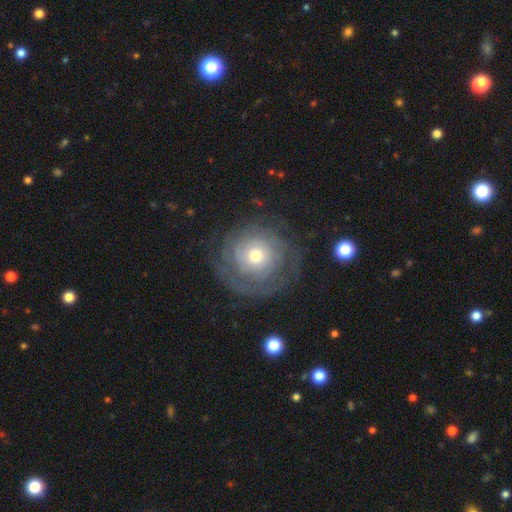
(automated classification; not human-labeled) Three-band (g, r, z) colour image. It shows a featured or disk galaxy (70%) with no bar (83%), tight (74%) spiral arms (84%) and a moderate central bulge (56%). Merging: none (73%).